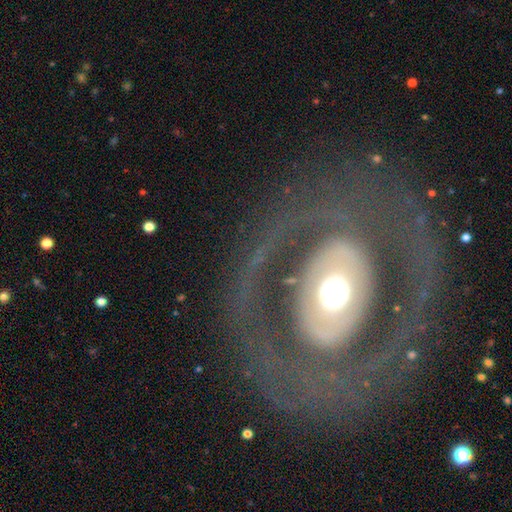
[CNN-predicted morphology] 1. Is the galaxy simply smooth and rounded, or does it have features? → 73% featured or disk, 20% smooth, 7% star or artifact.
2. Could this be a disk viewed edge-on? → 95% no, 5% yes.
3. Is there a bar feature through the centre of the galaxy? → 69% no, 17% weak, 14% strong.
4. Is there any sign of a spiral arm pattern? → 54% no, 46% yes.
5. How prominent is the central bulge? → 52% moderate, 32% large, 8% small, 7% dominant, 1% none.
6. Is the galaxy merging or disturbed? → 78% none, 11% major disturbance, 10% minor disturbance, 1% merger.